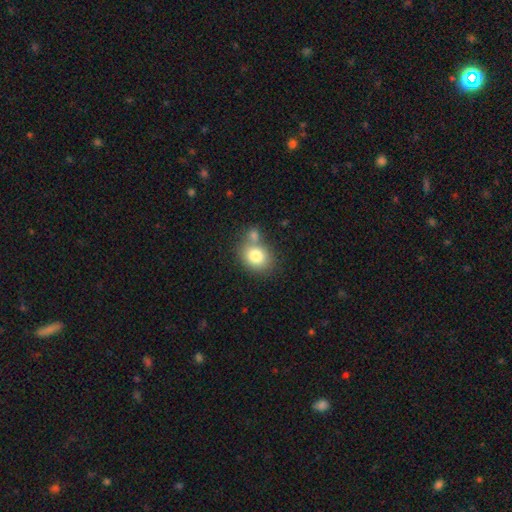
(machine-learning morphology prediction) A smooth galaxy with no disk features (80%) that is round (54%). Merging: none (53%).